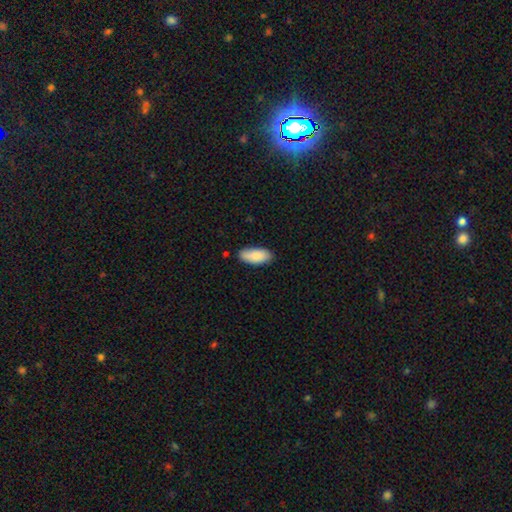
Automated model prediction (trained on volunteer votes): Smooth or featured: smooth — 89% (star or artifact — 6%)
How rounded: in between — 89% (cigar-shaped — 9%)
Merging: none — 81% (minor disturbance — 15%)